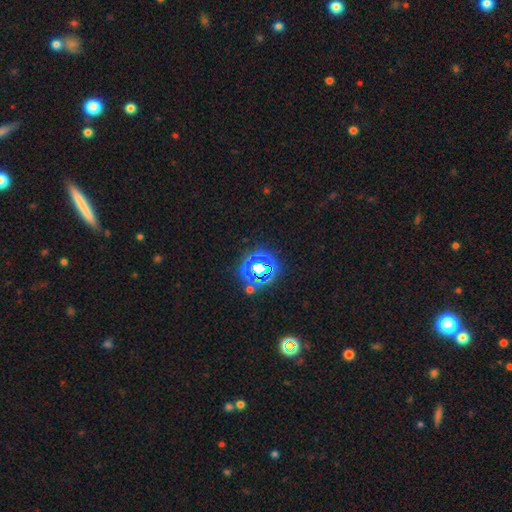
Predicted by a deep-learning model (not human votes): The model was most divided on "smooth or featured": star or artifact: 70%, smooth: 22%, featured or disk: 8%.